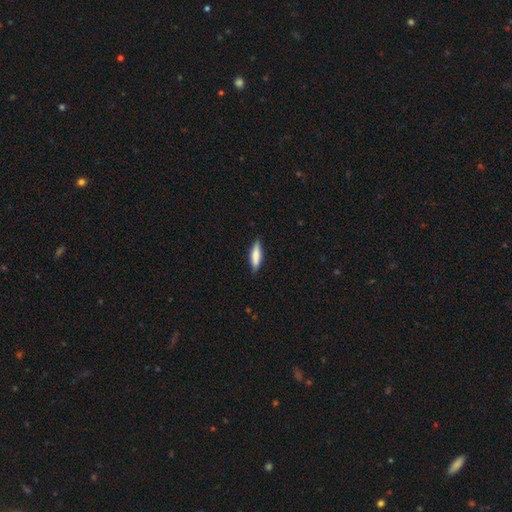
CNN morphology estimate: Smooth or featured?
  - smooth: 76% *
  - featured or disk: 18%
  - star or artifact: 6%
How rounded?
  - cigar-shaped: 69% *
  - in between: 29%
  - round: 2%
Merging?
  - none: 86% *
  - minor disturbance: 11%
  - major disturbance: 2%
  - merger: 1%